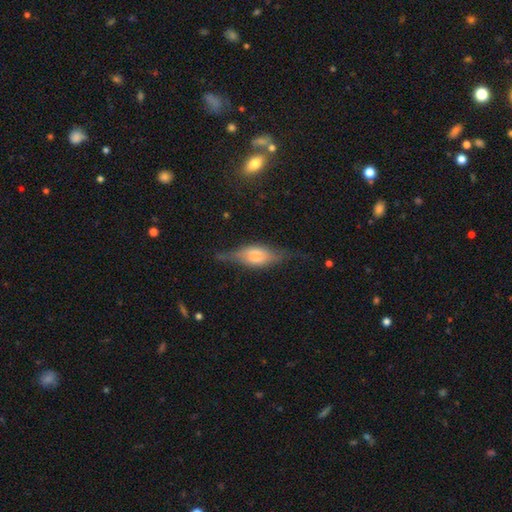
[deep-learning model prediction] Smooth or featured?
  - featured or disk: 55% *
  - smooth: 37%
  - star or artifact: 7%
Edge-on disk?
  - yes: 87% *
  - no: 13%
Merging?
  - none: 64% *
  - minor disturbance: 23%
  - major disturbance: 10%
  - merger: 2%